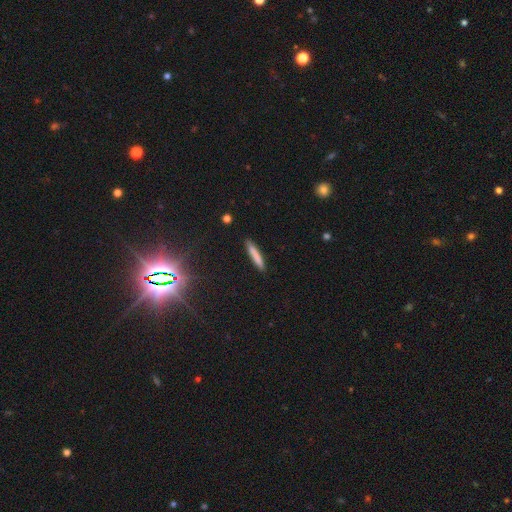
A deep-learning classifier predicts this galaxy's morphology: type=smooth (80%); roundness=cigar-shaped (92%); merging=none (88%).